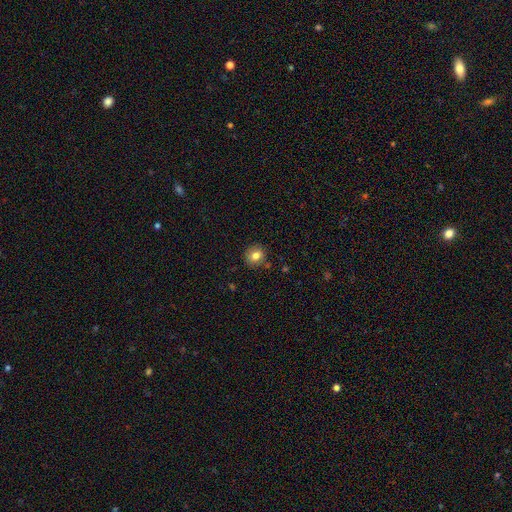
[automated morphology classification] A smooth galaxy with no disk features (80%) that is round (81%).

Vote fractions:
- Smooth or featured? smooth: 80% / star or artifact: 11% / featured or disk: 10%
- How rounded? round: 81% / in between: 18% / cigar-shaped: 1%
- Merging? none: 85% / minor disturbance: 10% / merger: 2% / major disturbance: 2%